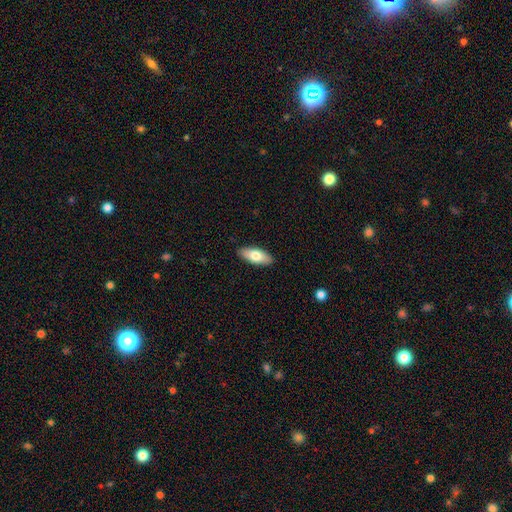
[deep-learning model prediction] The model was most divided on "smooth or featured": smooth: 74%, featured or disk: 20%, star or artifact: 6%. More confident: merging — none (89%); how rounded — in between (82%).